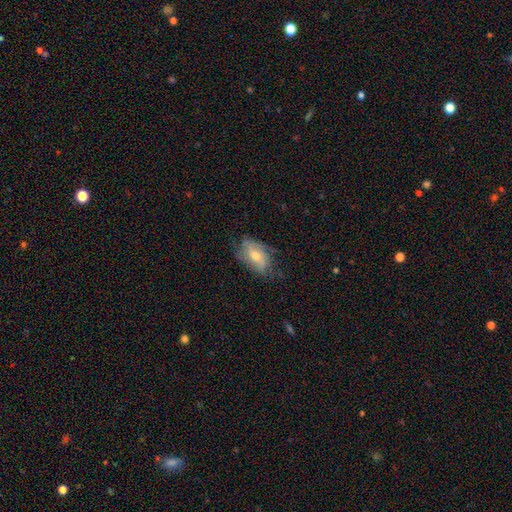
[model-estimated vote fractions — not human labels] Smooth or featured: featured or disk — 49% (smooth — 42%)
Merging: none — 63% (minor disturbance — 26%)